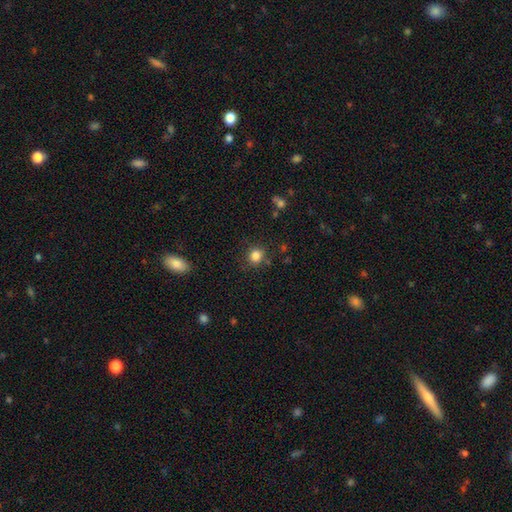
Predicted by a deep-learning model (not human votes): smooth 83%, star or artifact 12%, featured or disk 5%. Down the decision tree: how rounded — round (81%); merging — none (82%).